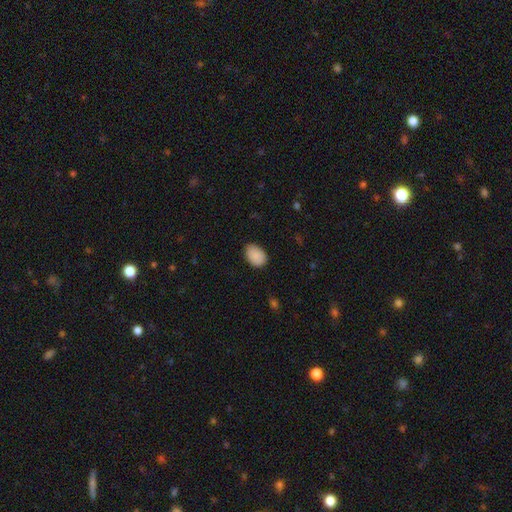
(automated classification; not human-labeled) This is clearly a smooth galaxy (90%). How rounded: clearly in between (84%). Merging: clearly none (81%).